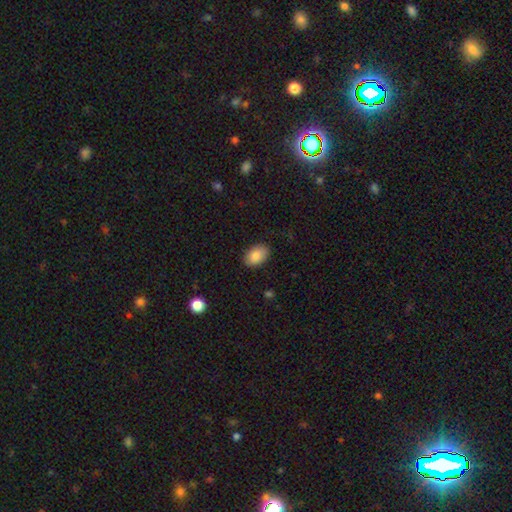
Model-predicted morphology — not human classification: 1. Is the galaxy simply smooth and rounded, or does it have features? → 86% smooth, 7% star or artifact, 7% featured or disk.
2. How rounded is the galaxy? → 88% in between, 11% round, 1% cigar-shaped.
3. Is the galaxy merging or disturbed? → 88% none, 9% minor disturbance, 2% major disturbance, 1% merger.